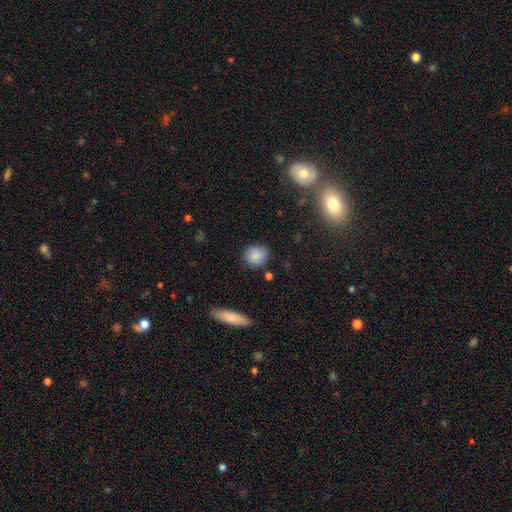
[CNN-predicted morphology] The model was most divided on "merging": none: 83%, minor disturbance: 12%, major disturbance: 3%, merger: 3%. More confident: smooth or featured — smooth (85%); how rounded — round (85%).